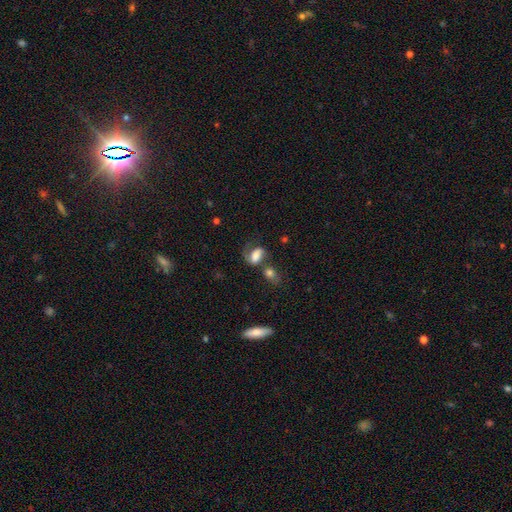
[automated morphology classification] Q: Smooth or featured?
A: smooth (59%); runner-up: featured or disk (30%)
Q: How rounded?
A: in between (80%); runner-up: round (17%)
Q: Merging?
A: none (32%); runner-up: merger (26%)